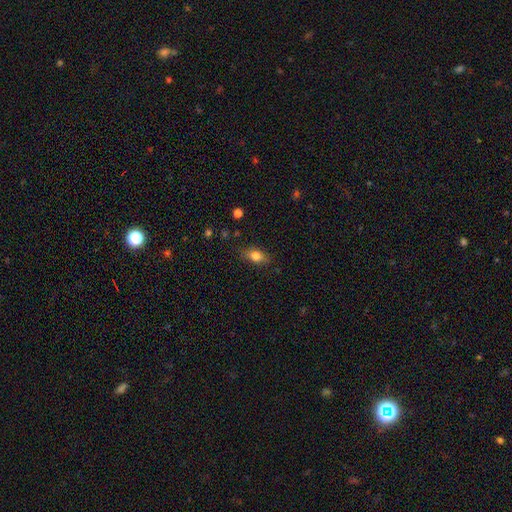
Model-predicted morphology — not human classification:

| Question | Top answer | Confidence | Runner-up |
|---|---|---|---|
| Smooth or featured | smooth | 76% | featured or disk (15%) |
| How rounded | in between | 76% | round (15%) |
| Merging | none | 81% | minor disturbance (14%) |